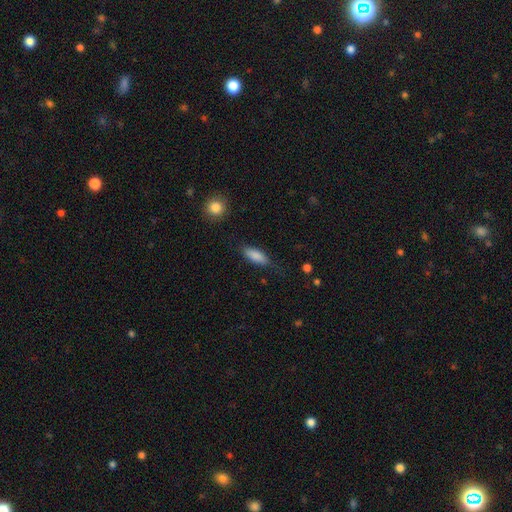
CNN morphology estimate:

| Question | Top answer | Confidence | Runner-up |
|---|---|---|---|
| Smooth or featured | smooth | 86% | featured or disk (7%) |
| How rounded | in between | 72% | cigar-shaped (26%) |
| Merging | none | 73% | minor disturbance (20%) |